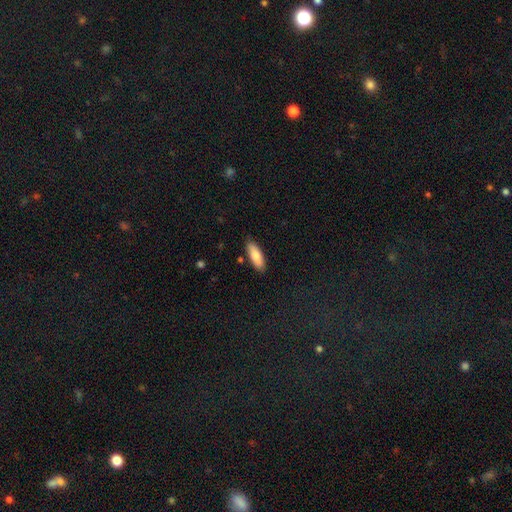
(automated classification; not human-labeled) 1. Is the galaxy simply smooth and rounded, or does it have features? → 81% smooth, 13% featured or disk, 6% star or artifact.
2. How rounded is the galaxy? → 68% in between, 30% cigar-shaped, 2% round.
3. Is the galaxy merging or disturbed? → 86% none, 10% minor disturbance, 2% major disturbance, 2% merger.